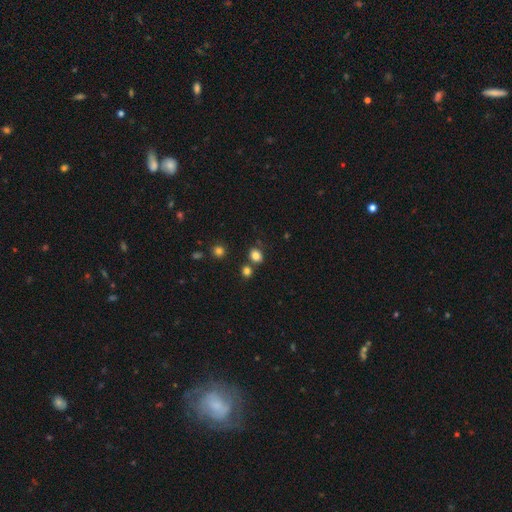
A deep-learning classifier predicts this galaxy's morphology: smooth_or_featured: smooth (p=0.81) [alt: star or artifact p=0.13]
how_rounded: round (p=0.51) [alt: in between p=0.48]
merging: none (p=0.70) [alt: merger p=0.15]